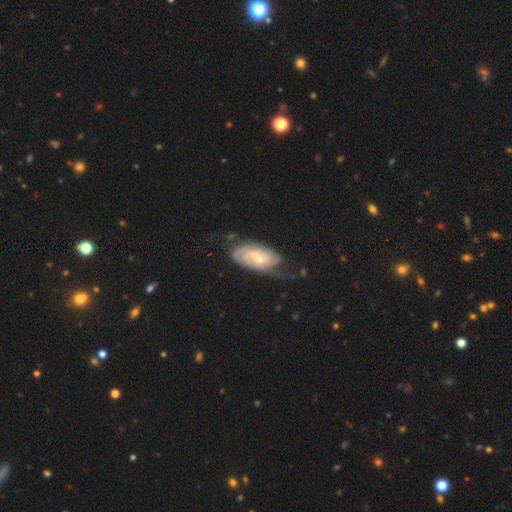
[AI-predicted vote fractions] Overall: featured or disk (73%). Edge-on disk: no (94%). Bar: weak (53%; no 30%). Spiral arms: yes (92%). Spiral arm count: 2 (50%; can't tell 30%). Spiral winding: tight (54%; medium 35%). Bulge size: small (59%; moderate 31%). Merging: none (56%; minor disturbance 28%).